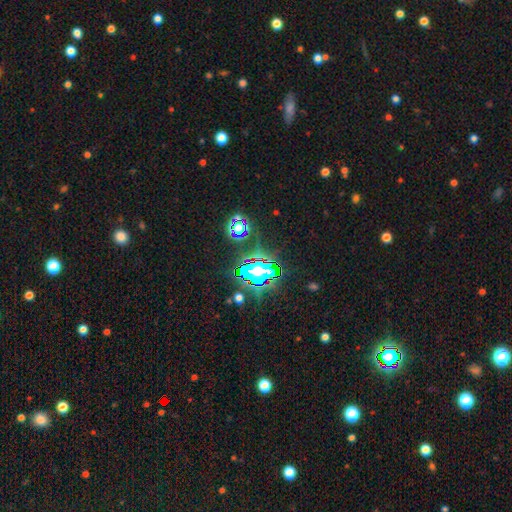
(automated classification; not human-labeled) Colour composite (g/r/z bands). It shows a star or artifact, not a galaxy (77%).